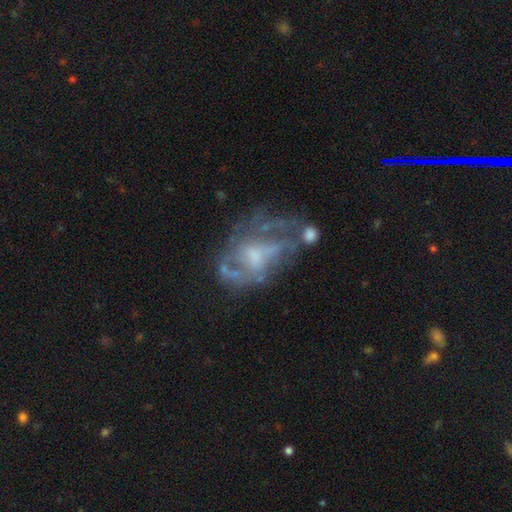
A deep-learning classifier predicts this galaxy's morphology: featured or disk 74%, smooth 16%, star or artifact 10%. Down the decision tree: edge-on disk — no (97%); bar — no (60%); spiral arms — yes (57%); bulge size — moderate (42%); merging — none (37%).